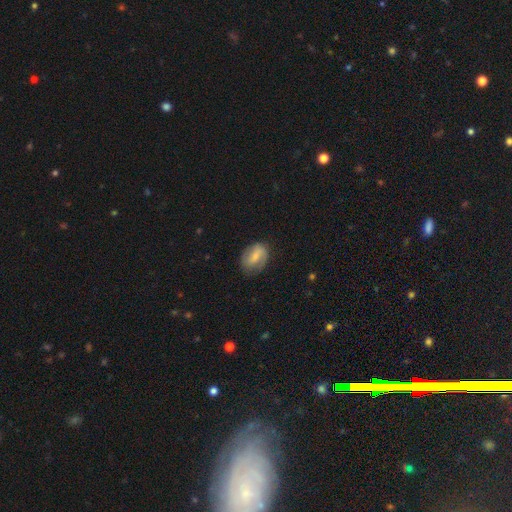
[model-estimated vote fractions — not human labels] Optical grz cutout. It shows a smooth galaxy with no disk features (51%) that is in between round and cigar-shaped (77%). Merging: none (69%).